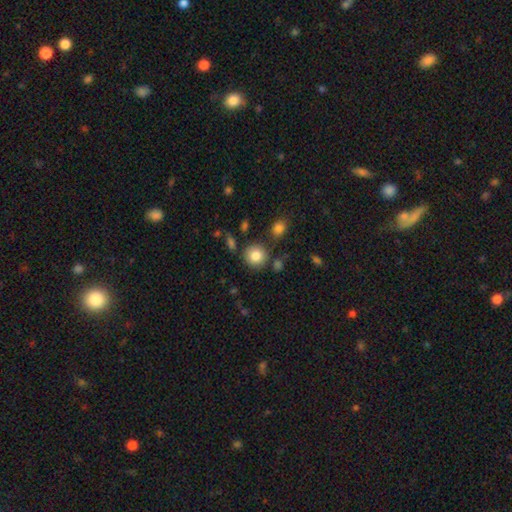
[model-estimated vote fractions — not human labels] This is clearly a smooth galaxy (83%). How rounded: clearly round (91%). Merging: clearly none (82%).